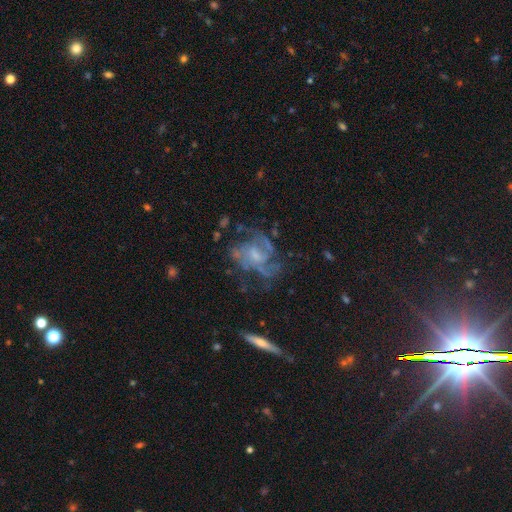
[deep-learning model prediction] smooth-or-featured: featured or disk: 79% | smooth: 12% | star or artifact: 9%
  disk-edge-on: no: 96% | yes: 4%
    bar: no: 53% | weak: 39% | strong: 9%
    has-spiral-arms: yes: 82% | no: 18%
      spiral-winding: medium: 47% | tight: 29% | loose: 24%
      spiral-arm-count: can't tell: 30% | 3: 26% | 2: 23% | 4: 11% | 1: 5% | more than 4: 5%
    bulge-size: moderate: 37% (tied) | small: 37% (tied) | none: 19% | large: 6% | dominant: 1%
  merging: none: 50% | major disturbance: 27% | minor disturbance: 19% | merger: 4%